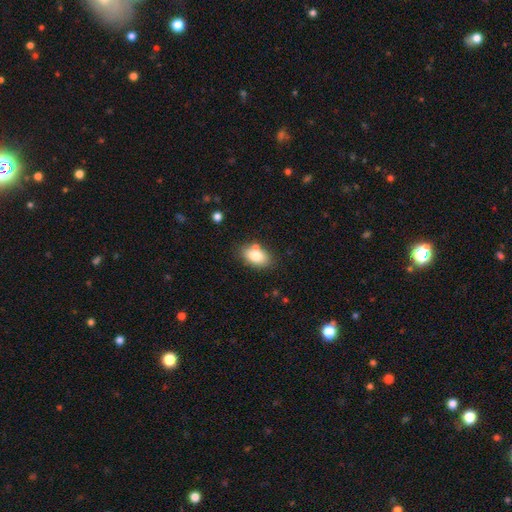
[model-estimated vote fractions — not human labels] Smooth or featured?
  - smooth: 79% *
  - featured or disk: 12%
  - star or artifact: 8%
How rounded?
  - in between: 88% *
  - round: 10%
  - cigar-shaped: 2%
Merging?
  - none: 70% *
  - minor disturbance: 15%
  - merger: 12%
  - major disturbance: 4%